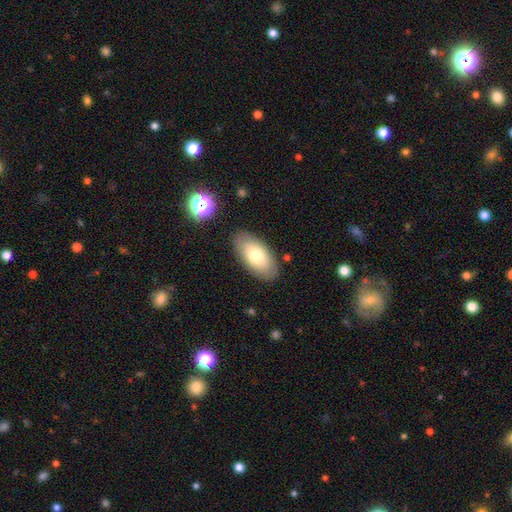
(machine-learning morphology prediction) smooth_or_featured: smooth (p=0.71) [alt: featured or disk p=0.23]
how_rounded: in between (p=0.94) [alt: cigar-shaped p=0.03]
merging: none (p=0.83) [alt: minor disturbance p=0.12]